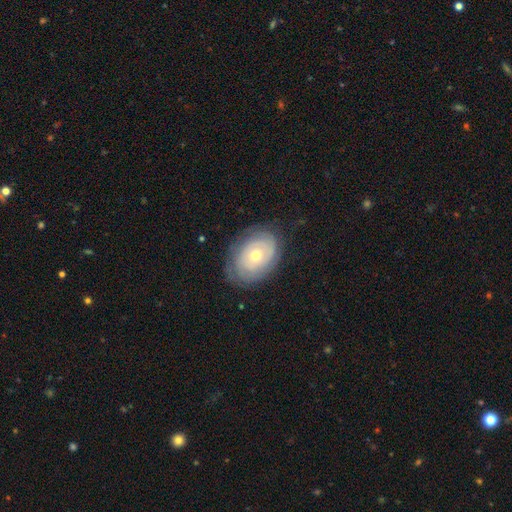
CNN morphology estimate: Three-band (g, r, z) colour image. It shows a featured or disk galaxy (61%) with no bar (85%), spiral arms (68%) and a moderate central bulge (53%). Merging: none (76%).